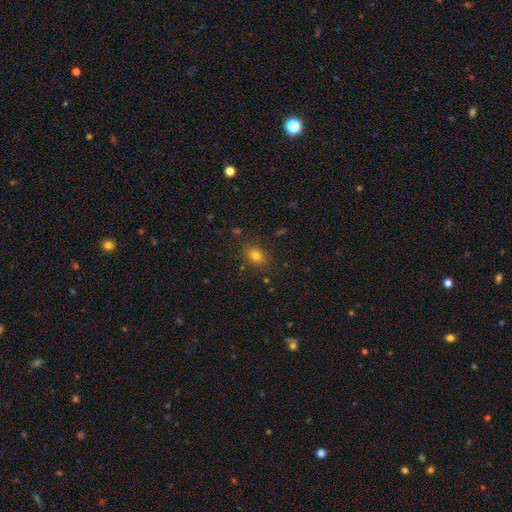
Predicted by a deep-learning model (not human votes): A smooth galaxy with no disk features (79%) that is in between round and cigar-shaped (69%). Merging: none (84%).